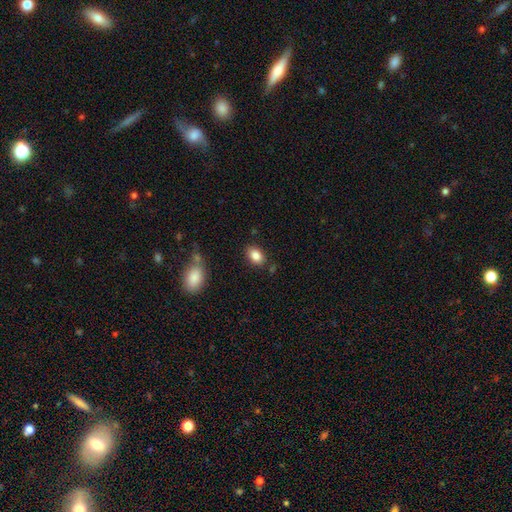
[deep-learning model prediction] smooth-or-featured: smooth: 85% | star or artifact: 8% | featured or disk: 7%
  how-rounded: in between: 85% | round: 14% | cigar-shaped: 2%
  merging: none: 81% | minor disturbance: 12% | merger: 4% | major disturbance: 3%